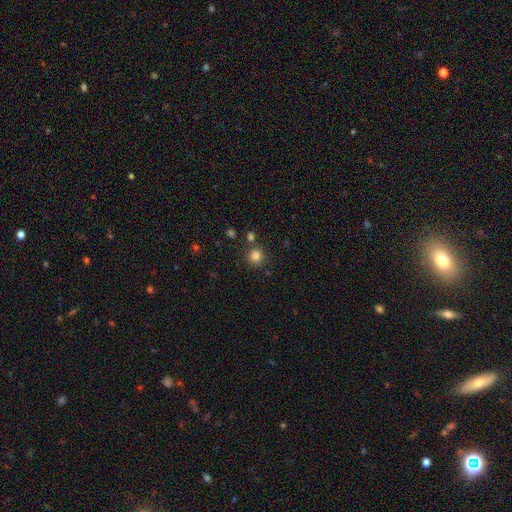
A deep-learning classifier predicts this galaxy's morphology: smooth_or_featured: smooth (p=0.82) [alt: star or artifact p=0.13]
how_rounded: round (p=0.92) [alt: in between p=0.07]
merging: none (p=0.82) [alt: merger p=0.08]